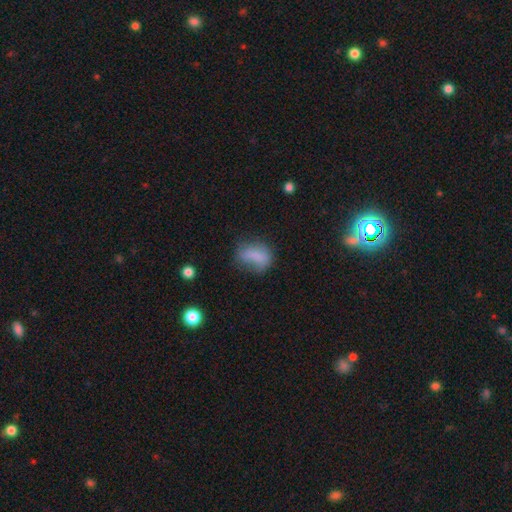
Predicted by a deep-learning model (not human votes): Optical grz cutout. It shows a smooth galaxy with no disk features (73%) that is in between round and cigar-shaped (74%). Merging: none (44%).